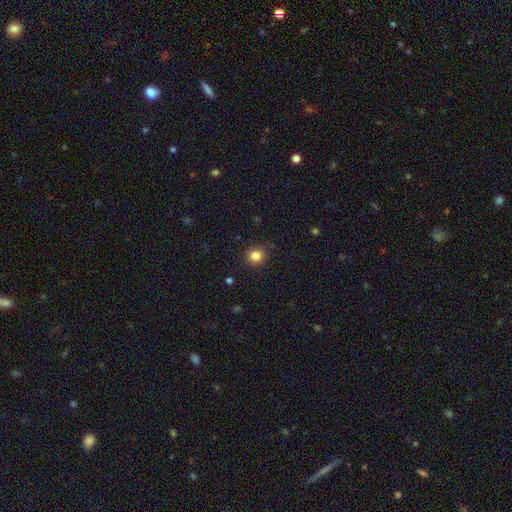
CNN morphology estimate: A smooth galaxy with no disk features (83%) that is round (89%).

Vote fractions:
- Smooth or featured? smooth: 83% / star or artifact: 12% / featured or disk: 5%
- How rounded? round: 89% / in between: 10% / cigar-shaped: 1%
- Merging? none: 88% / minor disturbance: 8% / major disturbance: 2% / merger: 1%